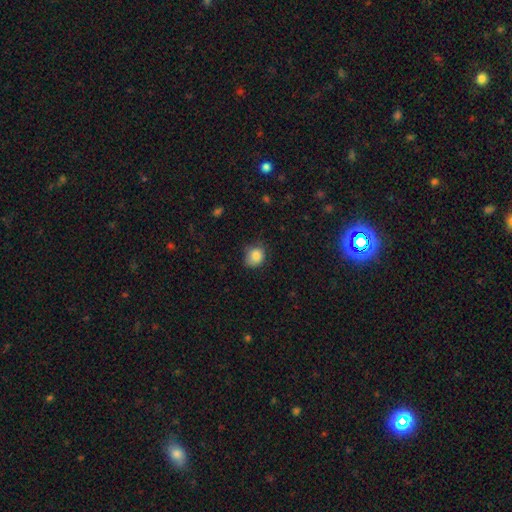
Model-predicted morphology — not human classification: This is clearly a smooth galaxy (85%). How rounded: likely round (64%). Merging: likely none (61%).